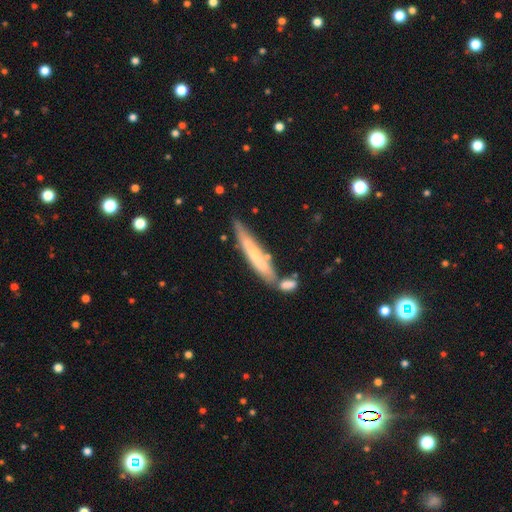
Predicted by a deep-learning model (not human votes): Smooth or featured?
  - smooth: 52% *
  - featured or disk: 42%
  - star or artifact: 6%
How rounded?
  - cigar-shaped: 91% *
  - in between: 7%
  - round: 1%
Merging?
  - none: 58% *
  - merger: 22%
  - minor disturbance: 16%
  - major disturbance: 4%